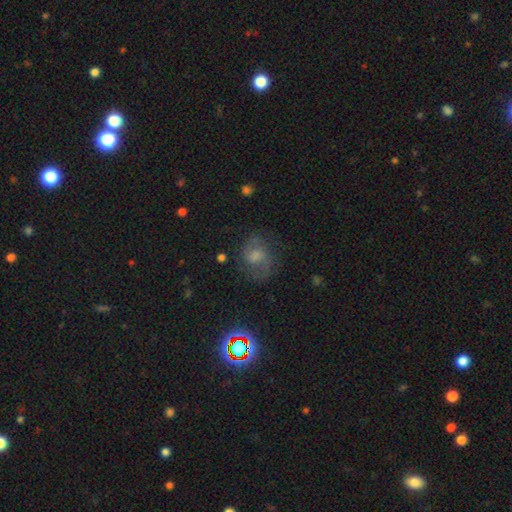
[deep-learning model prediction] This is possibly a featured or disk galaxy (51%). It is clearly not viewed edge-on (97%). Merging: likely none (71%).